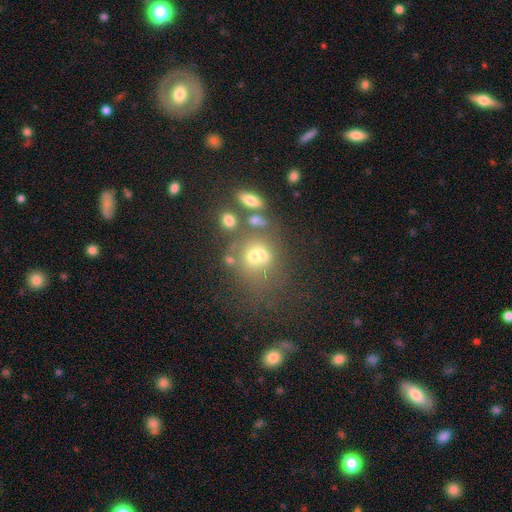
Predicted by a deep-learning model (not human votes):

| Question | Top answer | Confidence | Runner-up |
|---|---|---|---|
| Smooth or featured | smooth | 54% | featured or disk (25%) |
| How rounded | round | 68% | in between (31%) |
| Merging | merger | 40% | none (37%) |